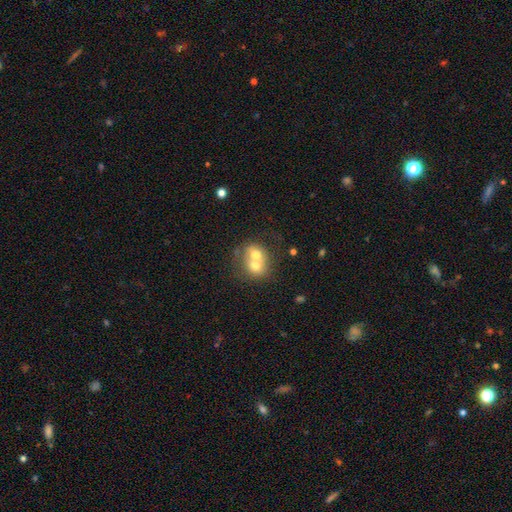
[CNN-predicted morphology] This is likely a smooth galaxy (62%). How rounded: likely round (63%). Merging: likely merger (70%).